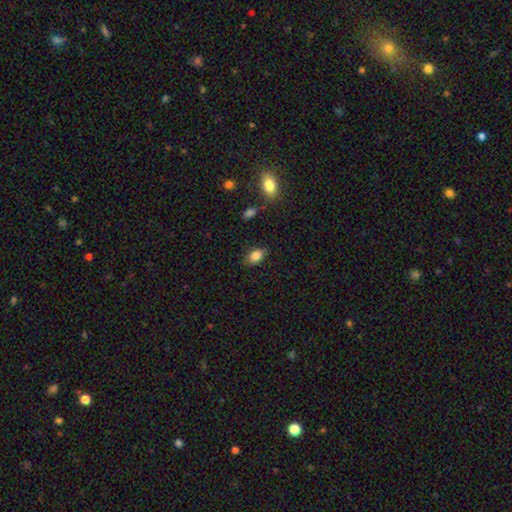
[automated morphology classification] This is clearly a smooth galaxy (84%). How rounded: clearly in between (86%). Merging: clearly none (83%).